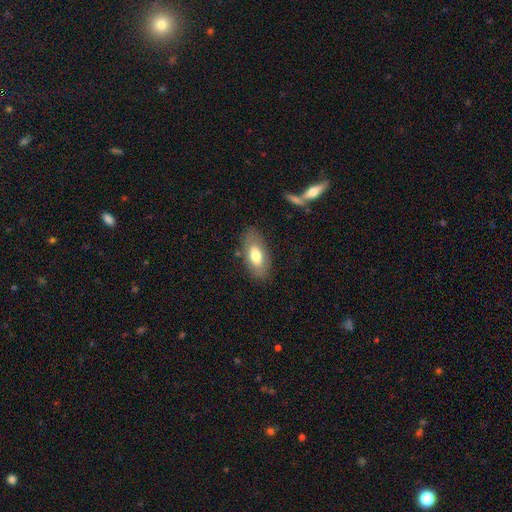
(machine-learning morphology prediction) A smooth galaxy with no disk features (69%) that is in between round and cigar-shaped (90%).

Vote fractions:
- Smooth or featured? smooth: 69% / featured or disk: 25% / star or artifact: 7%
- How rounded? in between: 90% / cigar-shaped: 7% / round: 4%
- Merging? none: 80% / minor disturbance: 14% / major disturbance: 4% / merger: 2%